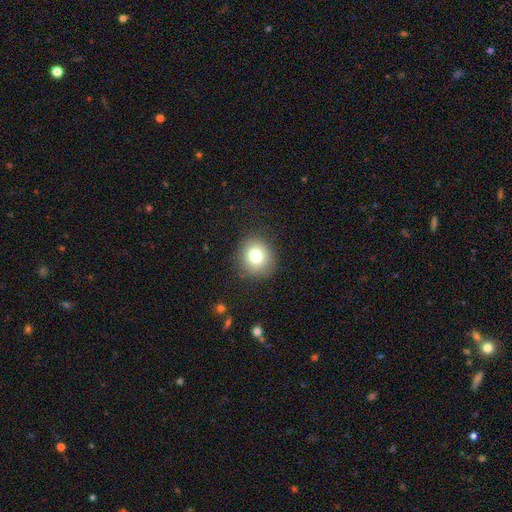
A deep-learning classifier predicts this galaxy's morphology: Q: Smooth or featured?
A: smooth (79%); runner-up: star or artifact (11%)
Q: How rounded?
A: round (84%); runner-up: in between (15%)
Q: Merging?
A: none (85%); runner-up: minor disturbance (11%)